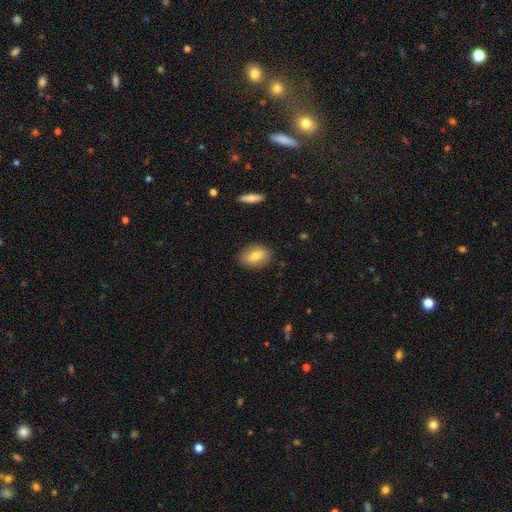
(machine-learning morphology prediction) Q: Smooth or featured?
A: smooth (75%); runner-up: featured or disk (17%)
Q: How rounded?
A: in between (81%); runner-up: round (17%)
Q: Merging?
A: none (86%); runner-up: minor disturbance (11%)